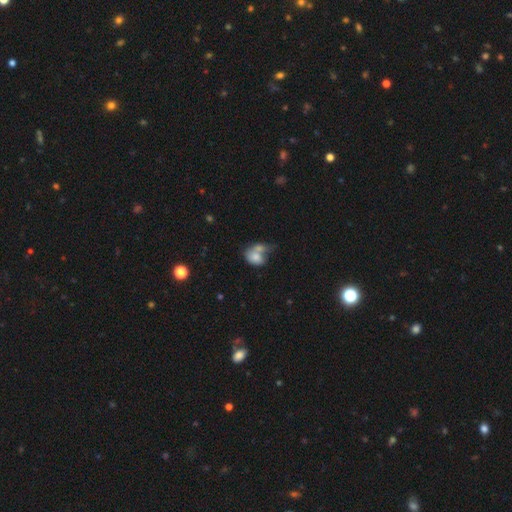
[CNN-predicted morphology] type=smooth (74%); roundness=in between (68%); merging=merger (58%).